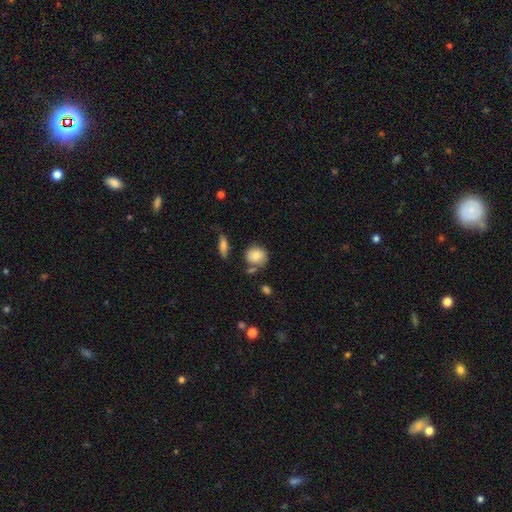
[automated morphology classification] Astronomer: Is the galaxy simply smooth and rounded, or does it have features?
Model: smooth — 81%.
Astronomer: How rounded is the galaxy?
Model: round — 78%.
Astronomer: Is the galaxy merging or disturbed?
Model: none — 59%.